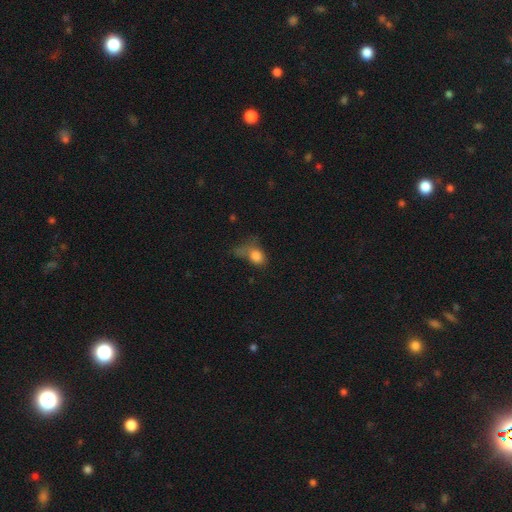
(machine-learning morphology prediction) Smooth or featured: smooth — 78% (star or artifact — 11%)
How rounded: in between — 58% (round — 39%)
Merging: major disturbance — 40% (none — 26%)